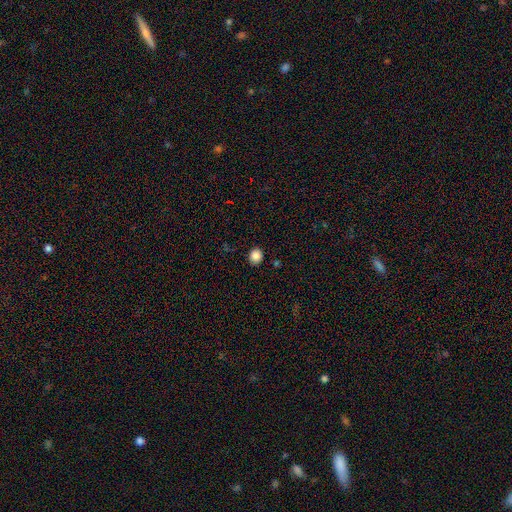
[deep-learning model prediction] A smooth galaxy with no disk features (85%) that is round (75%).

Vote fractions:
- Smooth or featured? smooth: 85% / star or artifact: 10% / featured or disk: 5%
- How rounded? round: 75% / in between: 24% / cigar-shaped: 1%
- Merging? none: 90% / minor disturbance: 7% / major disturbance: 2% / merger: 1%